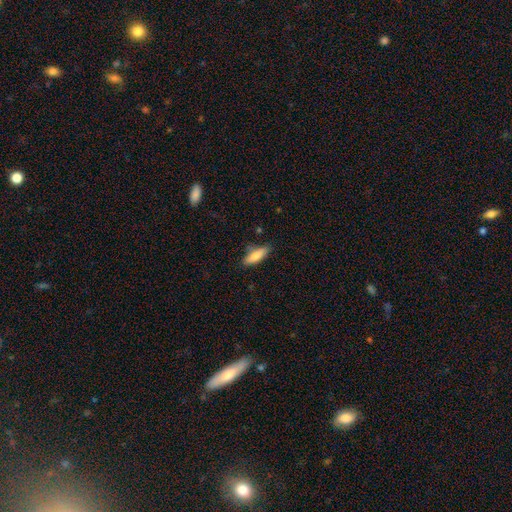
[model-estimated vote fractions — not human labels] Smooth or featured? smooth (82%)
How rounded? in between (52%)
Merging? none (78%)